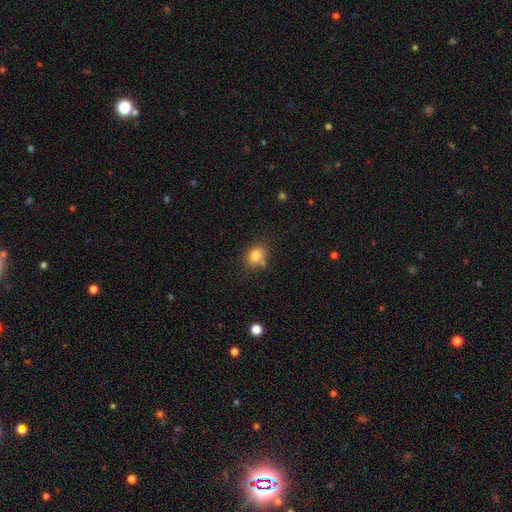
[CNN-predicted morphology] Smooth or featured? smooth (82%)
How rounded? in between (61%)
Merging? none (69%)